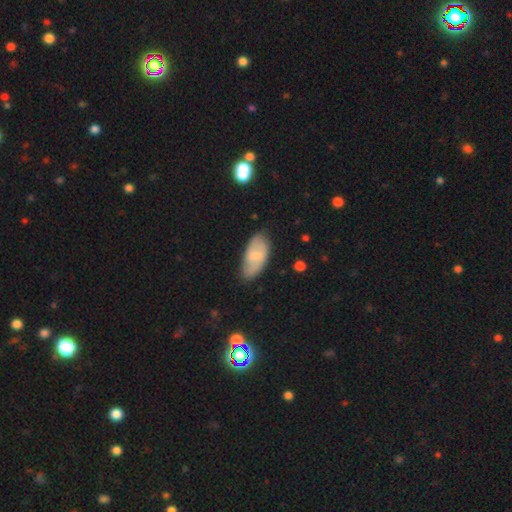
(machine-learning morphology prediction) type=smooth (62%); roundness=in between (92%); merging=none (70%).